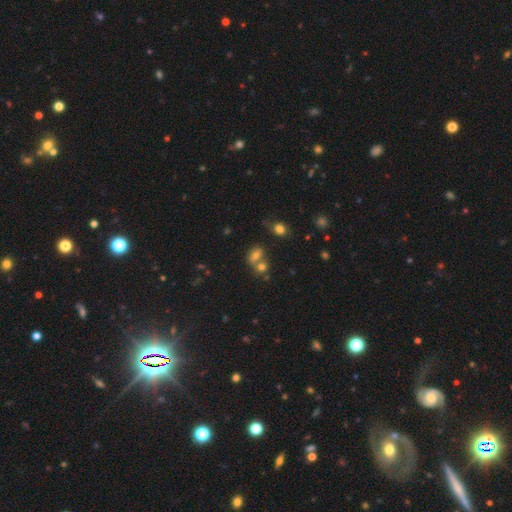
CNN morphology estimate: Smooth or featured? smooth (65%)
How rounded? in between (61%)
Merging? merger (49%)